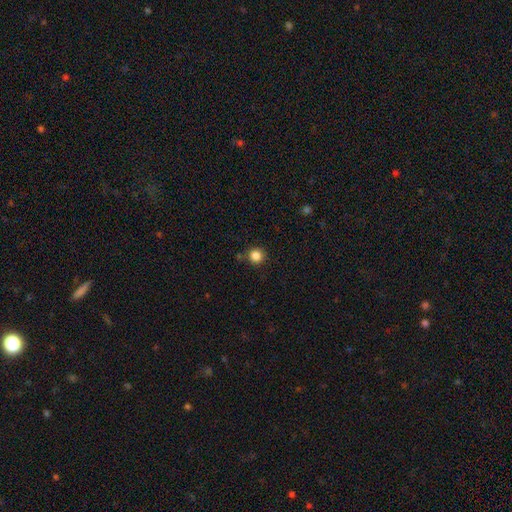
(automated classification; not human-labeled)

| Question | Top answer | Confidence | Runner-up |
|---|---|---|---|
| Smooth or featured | smooth | 85% | star or artifact (12%) |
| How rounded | round | 93% | in between (6%) |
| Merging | none | 85% | minor disturbance (8%) |